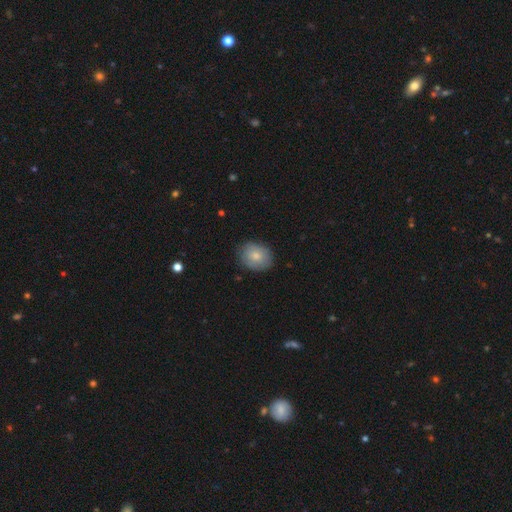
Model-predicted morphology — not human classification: smooth-or-featured: smooth: 80% | featured or disk: 13% | star or artifact: 7%
  how-rounded: round: 51% | in between: 48% | cigar-shaped: 1%
  merging: none: 81% | minor disturbance: 15% | major disturbance: 3% | merger: 1%